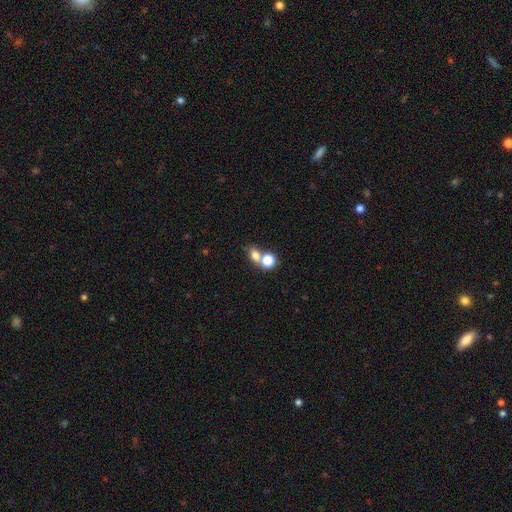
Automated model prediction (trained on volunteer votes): Morphology: type=smooth (74%); roundness=round (54%); merging=merger (49%).